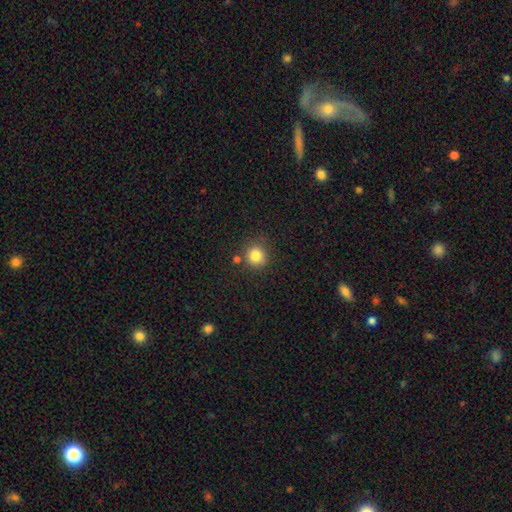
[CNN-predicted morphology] smooth 83%, star or artifact 12%, featured or disk 6%. Down the decision tree: how rounded — round (92%); merging — none (80%).